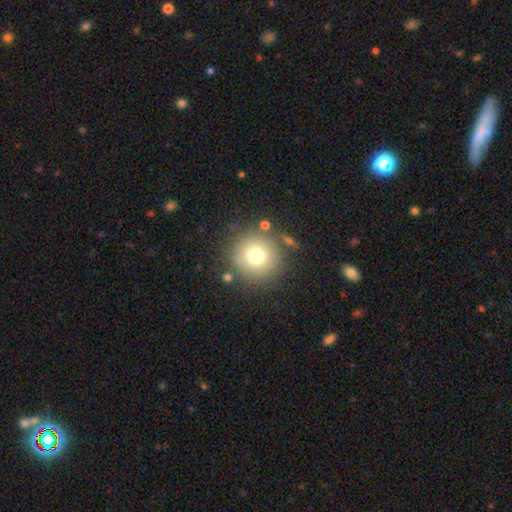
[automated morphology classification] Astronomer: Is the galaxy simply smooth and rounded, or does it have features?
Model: smooth — 75%.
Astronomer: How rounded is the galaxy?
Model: round — 96%.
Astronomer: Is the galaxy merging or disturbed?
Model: none — 83%.